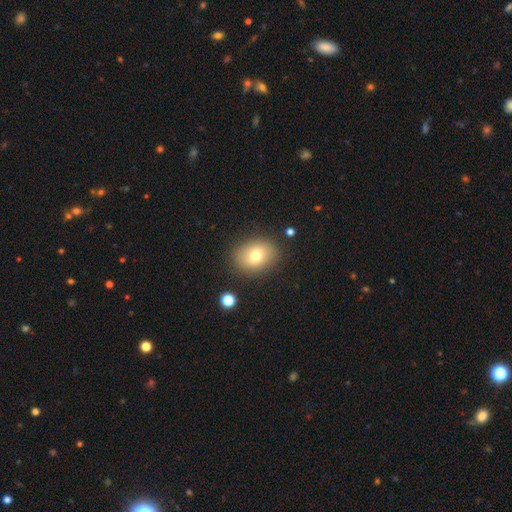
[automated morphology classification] smooth 75%, featured or disk 14%, star or artifact 11%. Down the decision tree: how rounded — in between (57%); merging — none (85%).